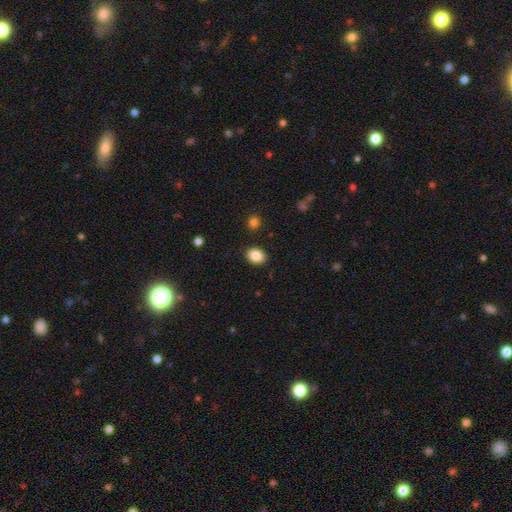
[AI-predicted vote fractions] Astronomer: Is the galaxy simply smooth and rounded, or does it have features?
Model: smooth — 86%.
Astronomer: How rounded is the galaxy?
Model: in between — 58% (runner-up: round, 42%).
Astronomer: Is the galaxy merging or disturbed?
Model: none — 89%.